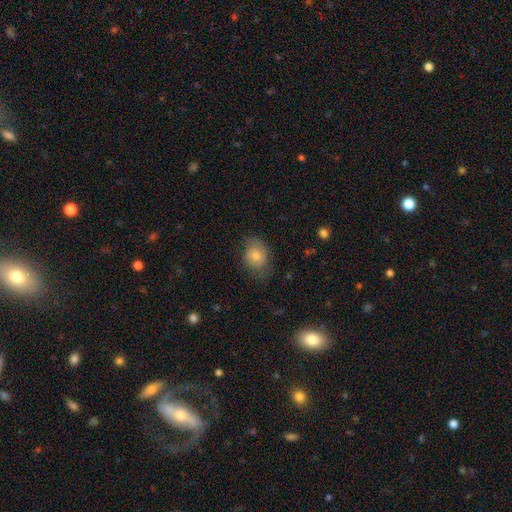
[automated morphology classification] A smooth galaxy with no disk features (63%) that is in between round and cigar-shaped (54%). Merging: none (66%).